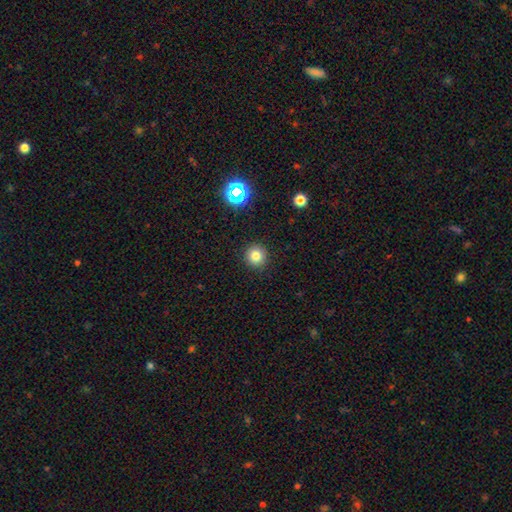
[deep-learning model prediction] Smooth or featured: smooth — 79% (star or artifact — 14%)
How rounded: round — 94% (in between — 5%)
Merging: none — 92% (minor disturbance — 5%)